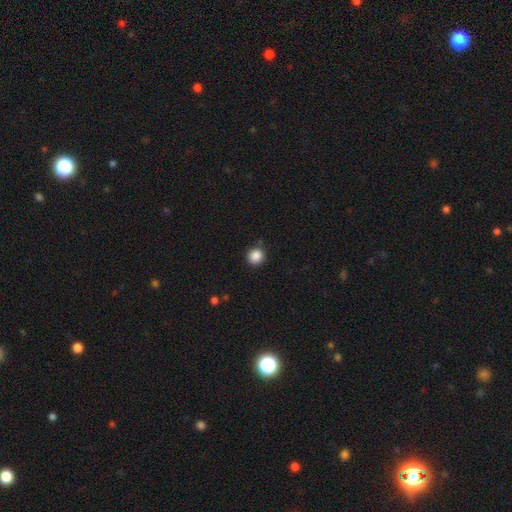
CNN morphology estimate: type=smooth (87%); roundness=round (90%); merging=none (87%).